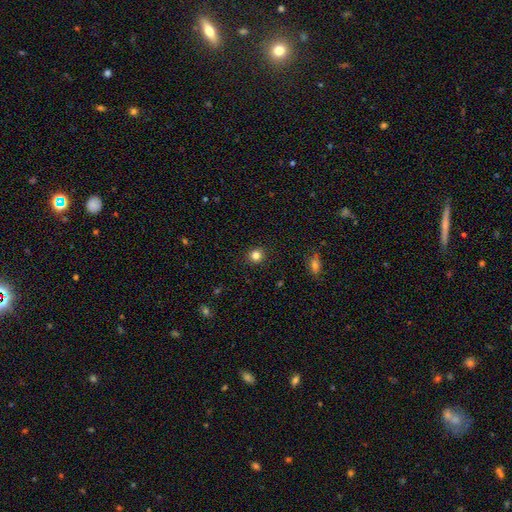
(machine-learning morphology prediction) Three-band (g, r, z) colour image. It shows a smooth galaxy with no disk features (82%) that is round (91%). Merging: none (92%).